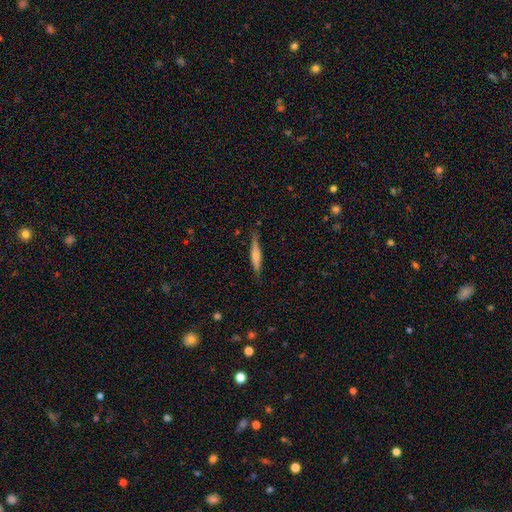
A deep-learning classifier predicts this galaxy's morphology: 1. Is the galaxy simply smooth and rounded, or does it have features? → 48% smooth, 45% featured or disk, 6% star or artifact.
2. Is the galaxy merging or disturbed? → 83% none, 13% minor disturbance, 3% major disturbance, 2% merger.